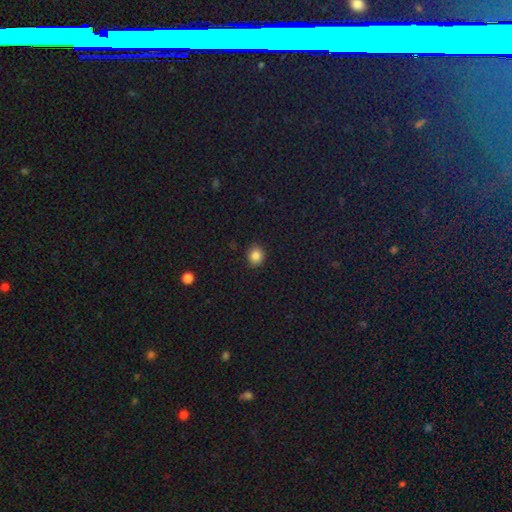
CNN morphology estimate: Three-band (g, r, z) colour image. It shows a smooth galaxy with no disk features (86%) that is round (74%). Merging: none (89%).